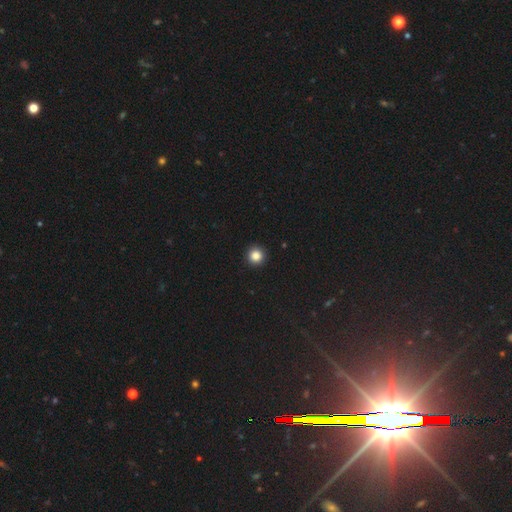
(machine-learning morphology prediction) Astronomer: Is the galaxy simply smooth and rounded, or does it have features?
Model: smooth — 85%.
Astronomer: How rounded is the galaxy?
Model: round — 96%.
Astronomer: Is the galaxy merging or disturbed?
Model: none — 93%.